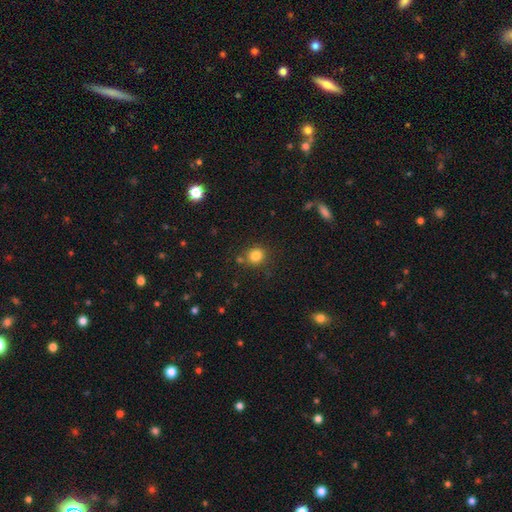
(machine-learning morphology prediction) Smooth or featured: smooth — 83% (star or artifact — 12%)
How rounded: round — 83% (in between — 16%)
Merging: none — 78% (minor disturbance — 11%)